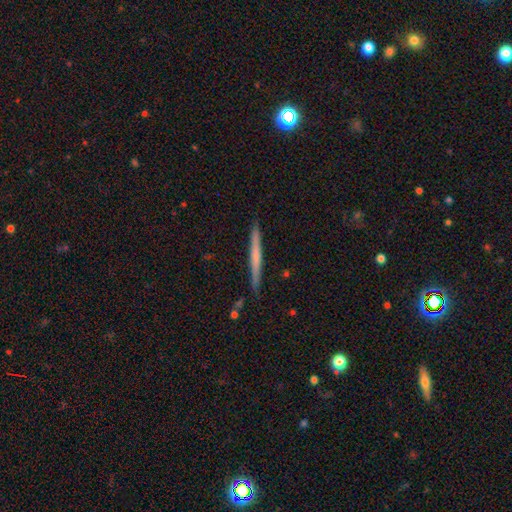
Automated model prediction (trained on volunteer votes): The model was most divided on "smooth or featured": featured or disk: 49%, smooth: 46%, star or artifact: 6%. More confident: merging — none (89%).